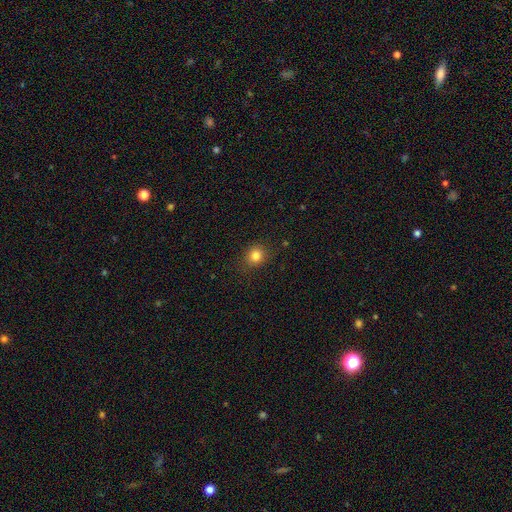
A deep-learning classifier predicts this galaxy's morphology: Smooth or featured: smooth — 82% (star or artifact — 13%)
How rounded: round — 79% (in between — 20%)
Merging: none — 86% (minor disturbance — 10%)